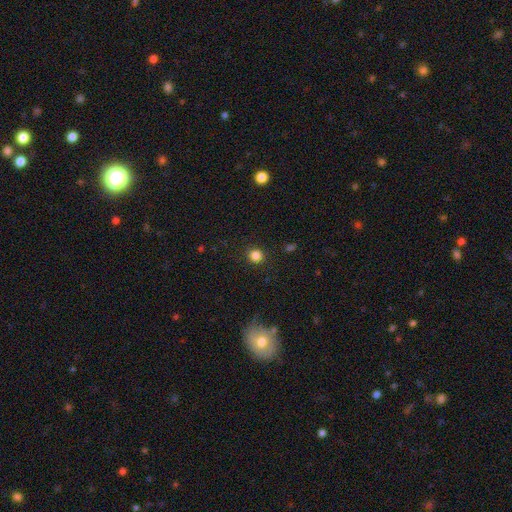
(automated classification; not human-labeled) smooth_or_featured: smooth (p=0.84) [alt: star or artifact p=0.12]
how_rounded: round (p=0.91) [alt: in between p=0.08]
merging: none (p=0.91) [alt: minor disturbance p=0.05]